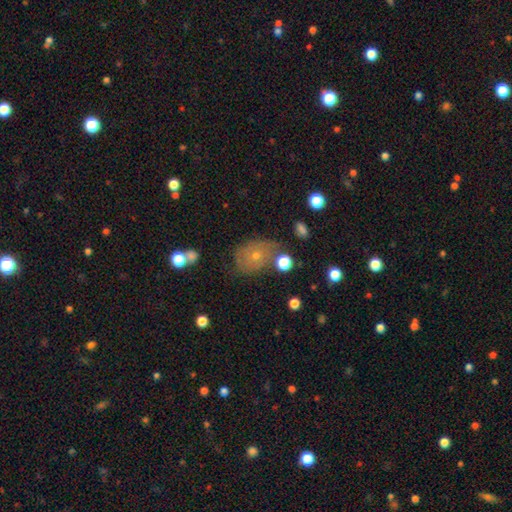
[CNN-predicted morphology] A smooth galaxy with no disk features (52%) that is in between round and cigar-shaped (61%). Merging: none (57%).